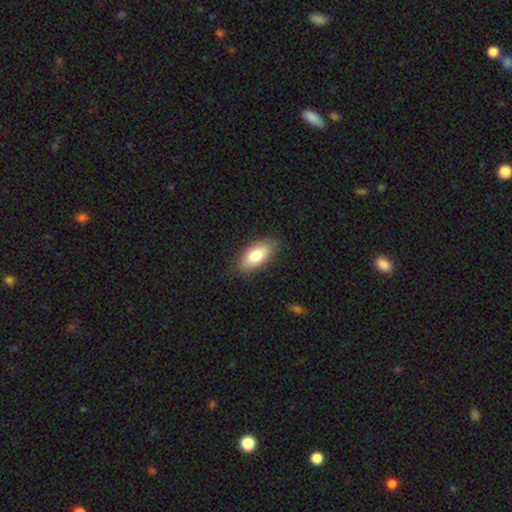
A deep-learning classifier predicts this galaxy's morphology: A smooth galaxy with no disk features (80%) that is in between round and cigar-shaped (87%).

Vote fractions:
- Smooth or featured? smooth: 80% / featured or disk: 14% / star or artifact: 6%
- How rounded? in between: 87% / cigar-shaped: 10% / round: 3%
- Merging? none: 83% / minor disturbance: 13% / major disturbance: 3% / merger: 1%